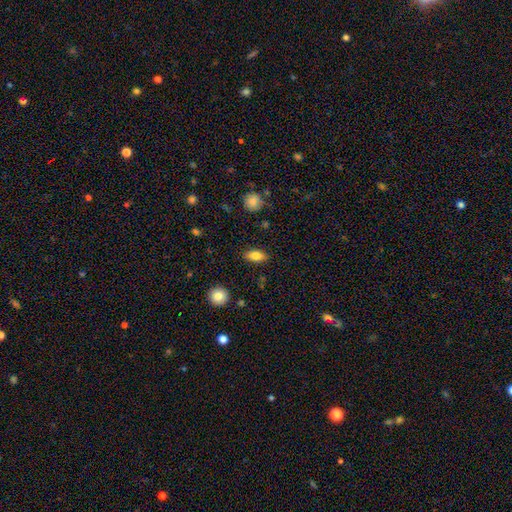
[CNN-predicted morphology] type=smooth (79%); roundness=in between (86%); merging=none (86%).